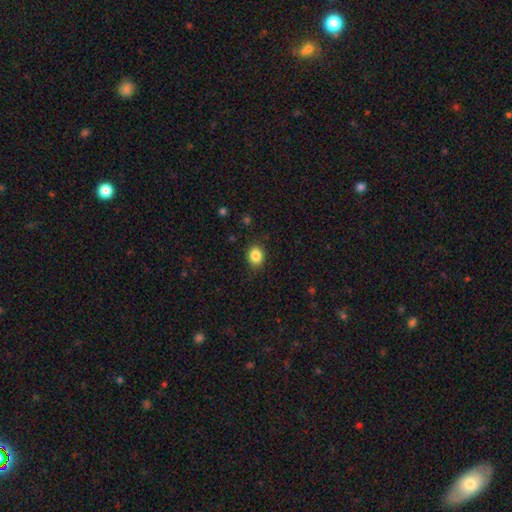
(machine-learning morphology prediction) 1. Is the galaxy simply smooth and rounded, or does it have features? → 86% smooth, 9% star or artifact, 4% featured or disk.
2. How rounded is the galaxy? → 58% round, 41% in between, 1% cigar-shaped.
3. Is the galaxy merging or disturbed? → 87% none, 9% minor disturbance, 3% major disturbance, 1% merger.